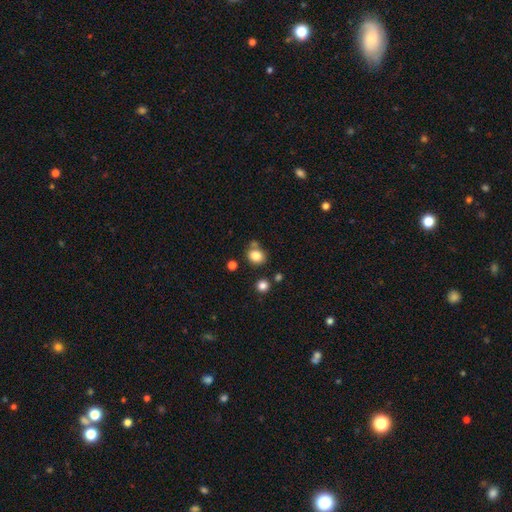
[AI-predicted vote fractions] This is clearly a smooth galaxy (83%). How rounded: likely round (61%). Merging: likely none (65%).